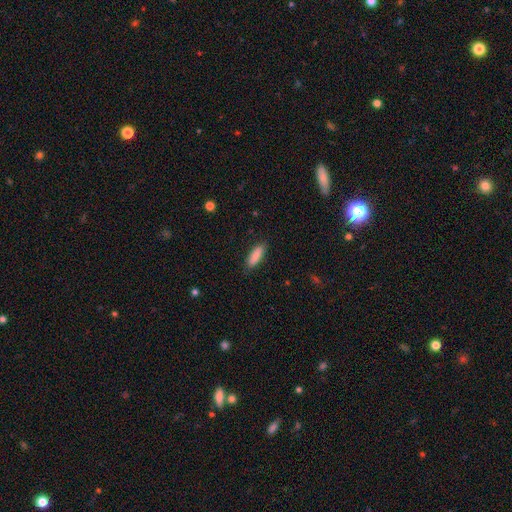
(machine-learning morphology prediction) Overall: smooth (88%). How rounded: in between (53%; cigar-shaped 45%). Merging: none (87%).